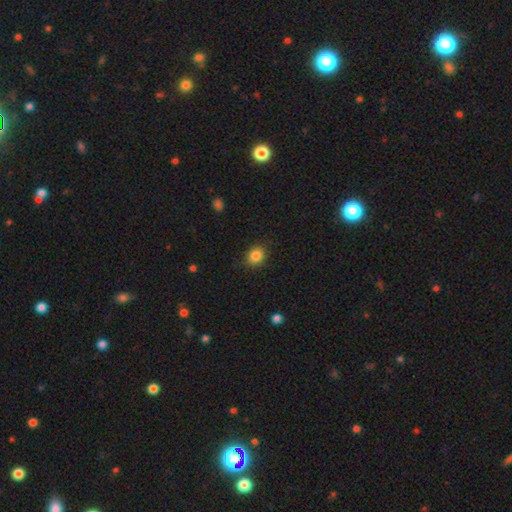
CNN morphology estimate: A smooth galaxy with no disk features (85%) that is round (63%).

Vote fractions:
- Smooth or featured? smooth: 85% / star or artifact: 10% / featured or disk: 5%
- How rounded? round: 63% / in between: 36% / cigar-shaped: 1%
- Merging? none: 86% / minor disturbance: 10% / major disturbance: 3% / merger: 1%